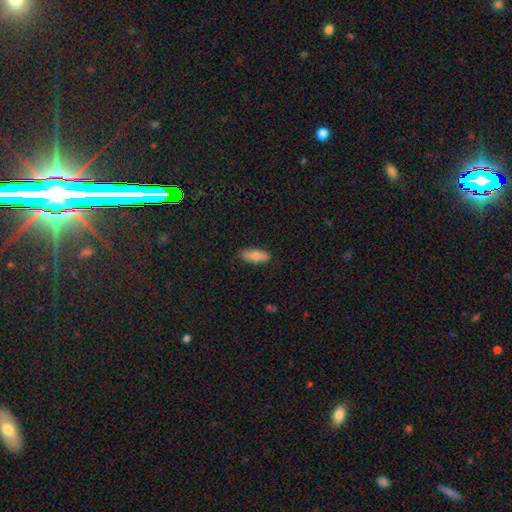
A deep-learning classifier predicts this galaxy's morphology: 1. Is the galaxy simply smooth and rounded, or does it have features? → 80% smooth, 14% featured or disk, 6% star or artifact.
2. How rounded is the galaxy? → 78% in between, 20% cigar-shaped, 2% round.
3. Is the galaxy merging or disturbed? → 88% none, 10% minor disturbance, 2% major disturbance, 1% merger.